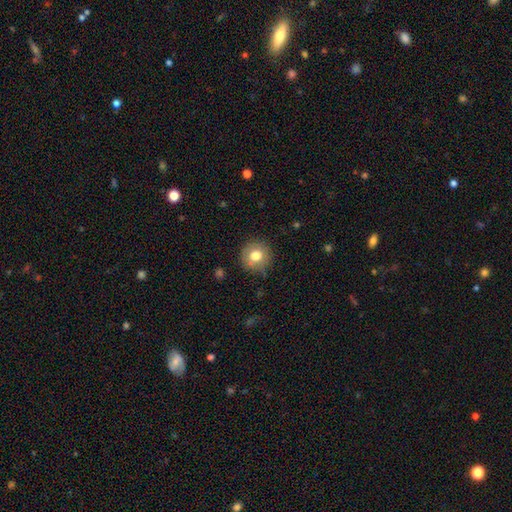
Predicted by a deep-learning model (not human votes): smooth_or_featured: smooth (p=0.77) [alt: featured or disk p=0.14]
how_rounded: round (p=0.92) [alt: in between p=0.07]
merging: none (p=0.85) [alt: minor disturbance p=0.11]